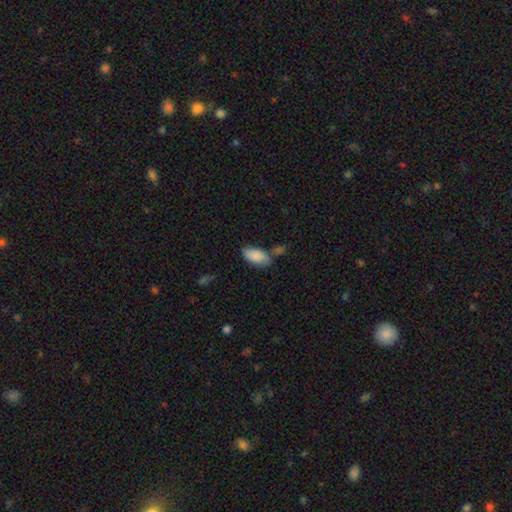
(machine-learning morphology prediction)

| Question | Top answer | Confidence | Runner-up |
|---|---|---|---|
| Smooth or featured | smooth | 85% | featured or disk (9%) |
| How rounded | in between | 93% | cigar-shaped (5%) |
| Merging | none | 60% | minor disturbance (22%) |